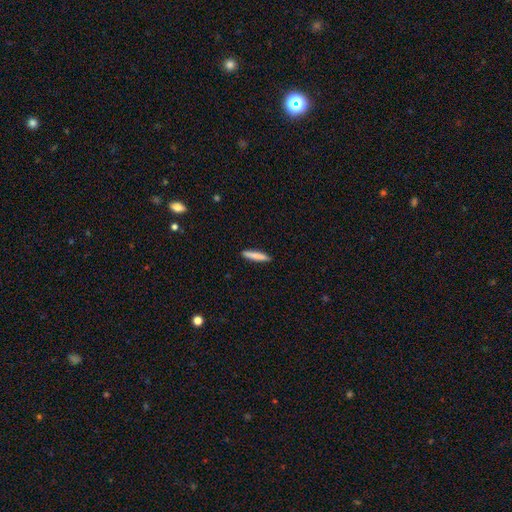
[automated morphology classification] Smooth or featured?
  - smooth: 81% *
  - featured or disk: 13%
  - star or artifact: 6%
How rounded?
  - cigar-shaped: 92% *
  - in between: 7%
  - round: 1%
Merging?
  - none: 91% *
  - minor disturbance: 7%
  - major disturbance: 1%
  - merger: 1%